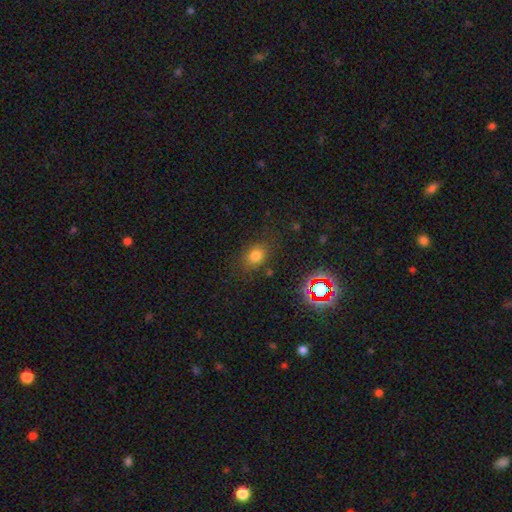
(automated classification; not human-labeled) Smooth or featured? Predicted: smooth (p=0.74). How rounded? Predicted: in between (p=0.52). Merging? Predicted: none (p=0.78).